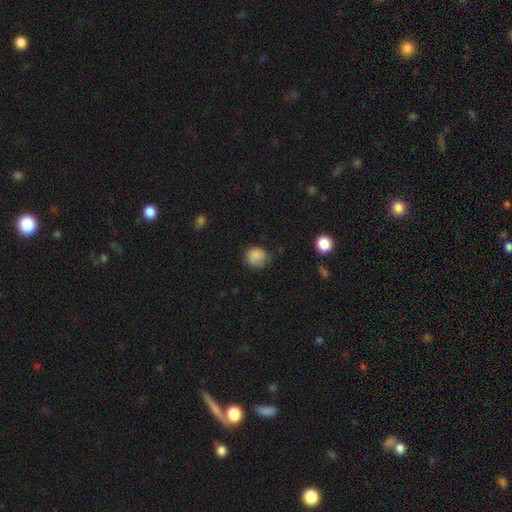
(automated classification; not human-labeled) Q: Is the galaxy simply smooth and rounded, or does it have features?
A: smooth — 85%.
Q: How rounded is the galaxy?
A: round — 80%.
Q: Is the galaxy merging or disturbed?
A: none — 68%.